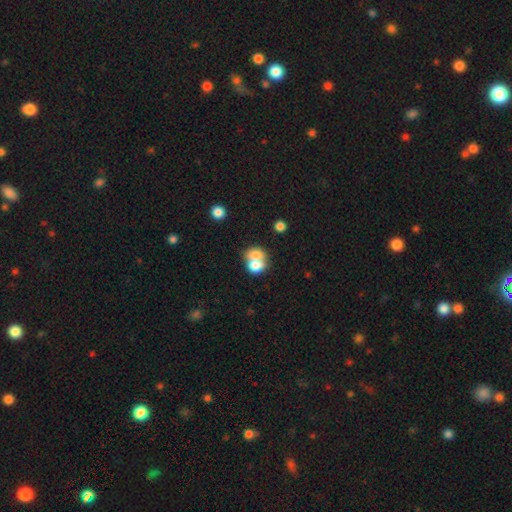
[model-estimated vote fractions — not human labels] This is likely a smooth galaxy (69%). How rounded: possibly round (57%). Merging: likely merger (70%).